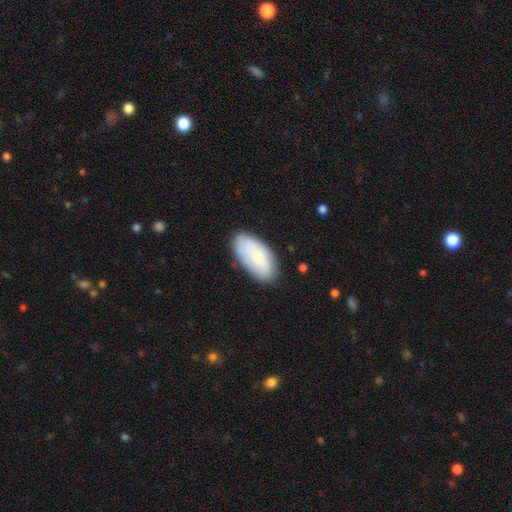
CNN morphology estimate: Overall: smooth (65%; featured or disk 28%). How rounded: in between (94%). Merging: none (77%).